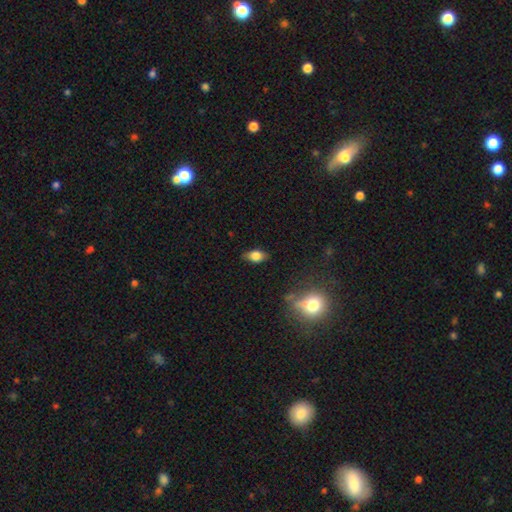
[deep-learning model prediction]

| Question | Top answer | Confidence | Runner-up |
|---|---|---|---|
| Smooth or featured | smooth | 76% | featured or disk (14%) |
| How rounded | in between | 86% | round (10%) |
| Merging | none | 77% | minor disturbance (18%) |